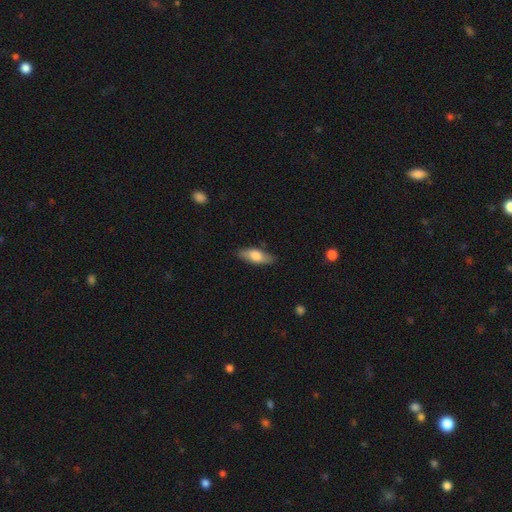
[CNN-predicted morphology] Overall: smooth (71%). How rounded: in between (68%; cigar-shaped 29%). Merging: none (83%).